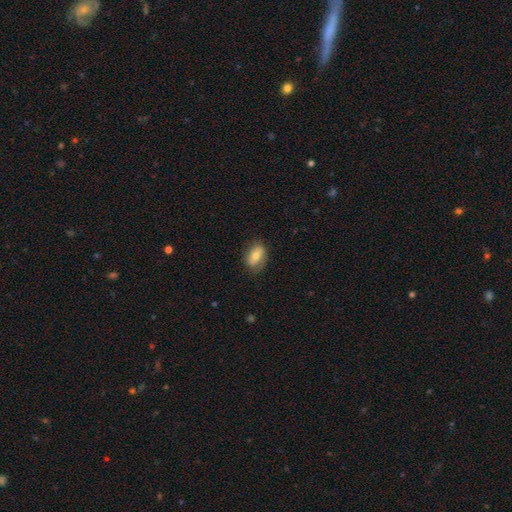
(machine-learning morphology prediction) smooth 68%, featured or disk 25%, star or artifact 7%. Down the decision tree: how rounded — in between (86%); merging — none (79%).